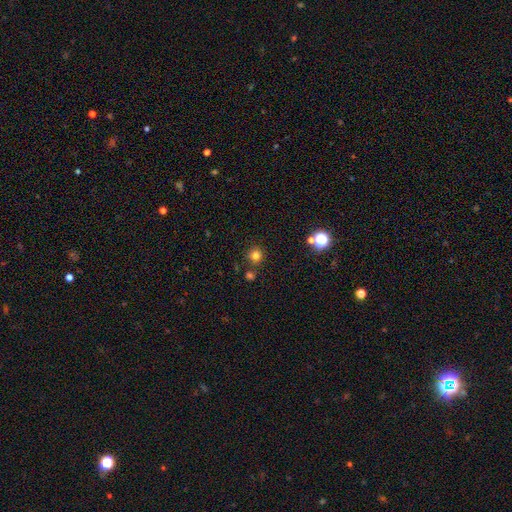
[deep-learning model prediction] This is likely a smooth galaxy (77%). How rounded: clearly round (92%). Merging: clearly none (80%).